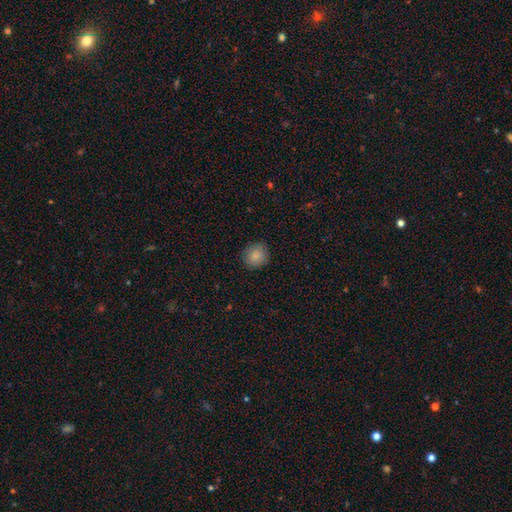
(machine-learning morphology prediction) Smooth or featured? smooth (86%)
How rounded? round (85%)
Merging? none (89%)